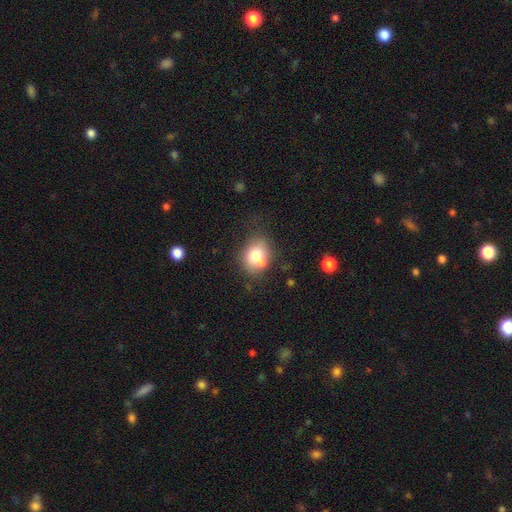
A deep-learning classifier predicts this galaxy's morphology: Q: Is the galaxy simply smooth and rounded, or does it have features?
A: smooth — 68%.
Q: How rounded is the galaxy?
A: round — 52%.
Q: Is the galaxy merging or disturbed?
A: none — 44%.